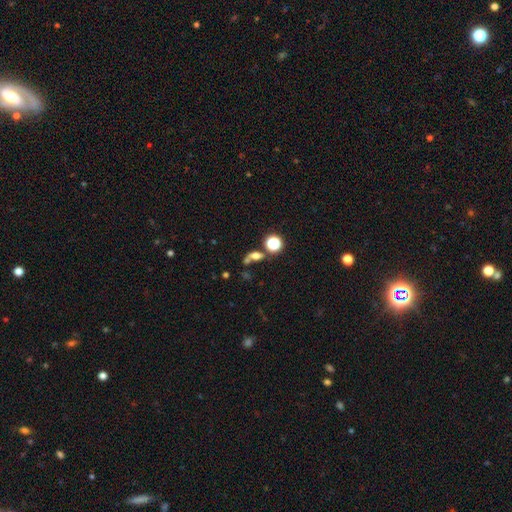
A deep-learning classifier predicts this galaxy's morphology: type=smooth (55%); roundness=in between (52%); merging=none (41%).